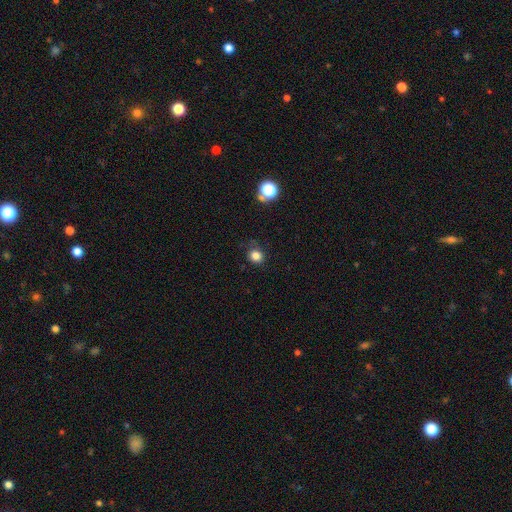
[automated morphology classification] Smooth or featured?
  - smooth: 81% *
  - star or artifact: 14%
  - featured or disk: 5%
How rounded?
  - round: 79% *
  - in between: 20%
  - cigar-shaped: 1%
Merging?
  - none: 80% *
  - minor disturbance: 15%
  - major disturbance: 4%
  - merger: 2%